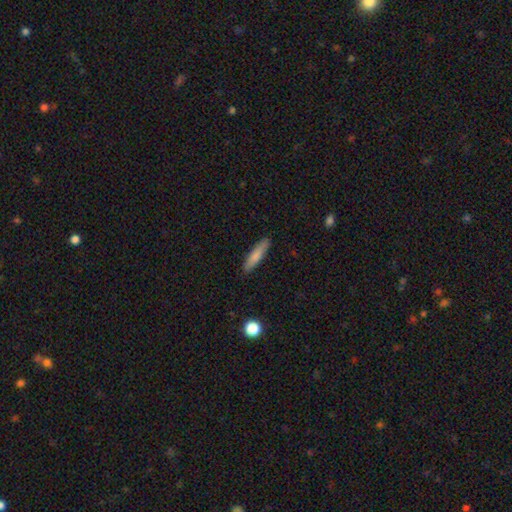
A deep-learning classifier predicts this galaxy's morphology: Smooth or featured? smooth (77%)
How rounded? cigar-shaped (86%)
Merging? none (88%)